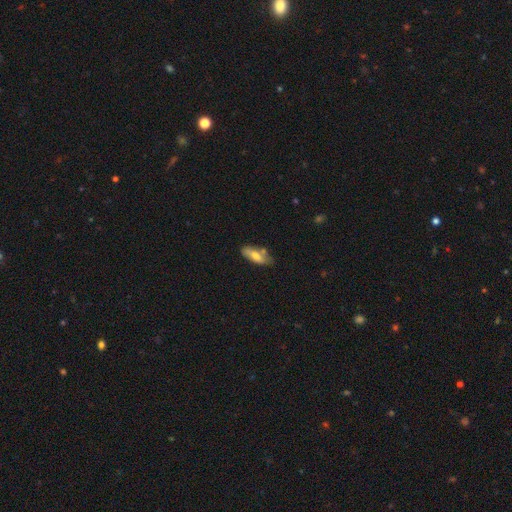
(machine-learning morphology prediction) This is likely a smooth galaxy (63%). How rounded: likely in between (69%). Merging: likely none (64%).